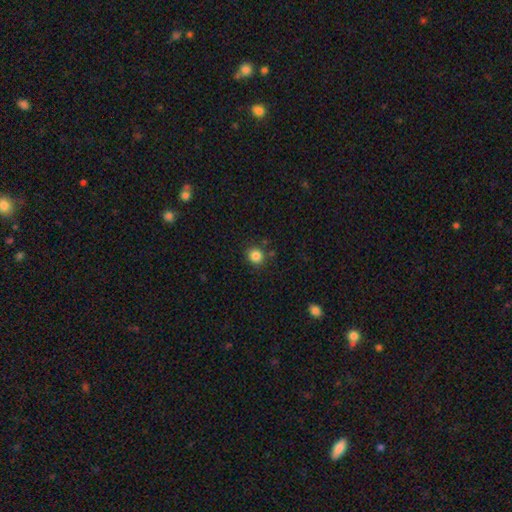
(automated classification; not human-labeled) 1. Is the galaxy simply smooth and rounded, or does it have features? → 85% smooth, 11% star or artifact, 4% featured or disk.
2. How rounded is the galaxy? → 86% round, 13% in between, 1% cigar-shaped.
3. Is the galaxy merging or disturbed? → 84% none, 9% minor disturbance, 4% merger, 3% major disturbance.